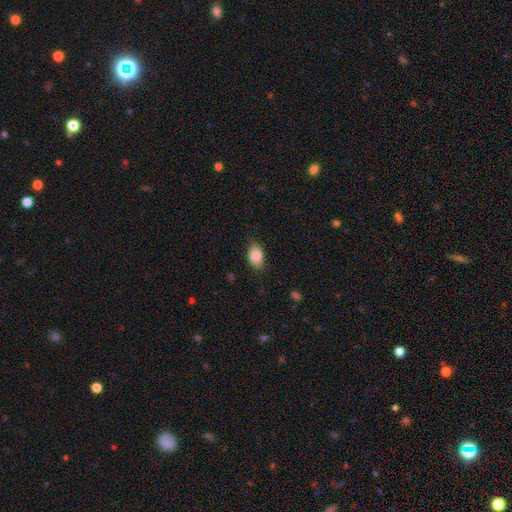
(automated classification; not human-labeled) Smooth or featured? smooth (85%)
How rounded? in between (86%)
Merging? none (81%)